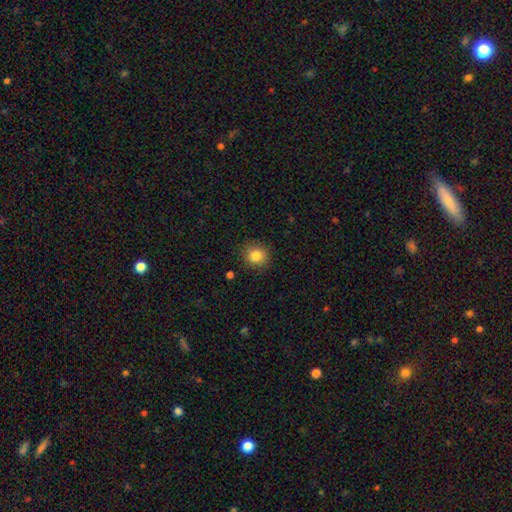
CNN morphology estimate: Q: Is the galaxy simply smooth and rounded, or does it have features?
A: smooth — 84%.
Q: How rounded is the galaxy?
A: round — 89%.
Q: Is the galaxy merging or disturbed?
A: none — 89%.